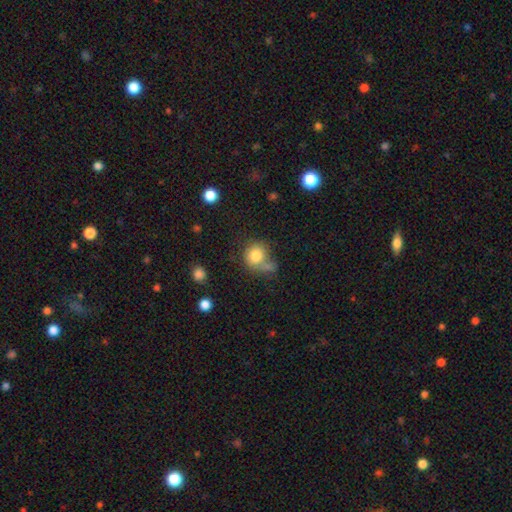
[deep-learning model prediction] smooth_or_featured: smooth (p=0.80) [alt: featured or disk p=0.10]
how_rounded: round (p=0.76) [alt: in between p=0.23]
merging: none (p=0.44) [alt: merger p=0.28]